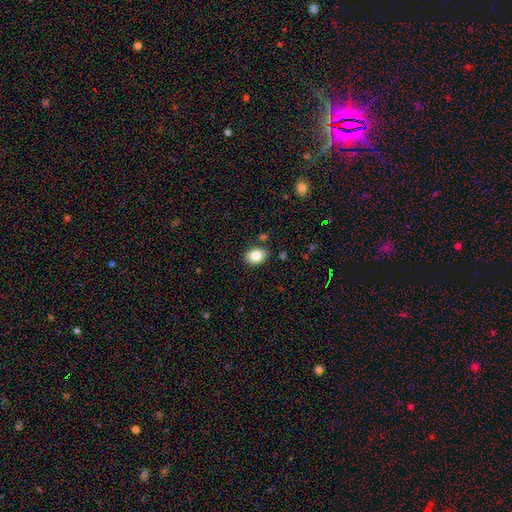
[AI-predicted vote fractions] Smooth or featured? smooth (84%)
How rounded? in between (74%)
Merging? none (86%)